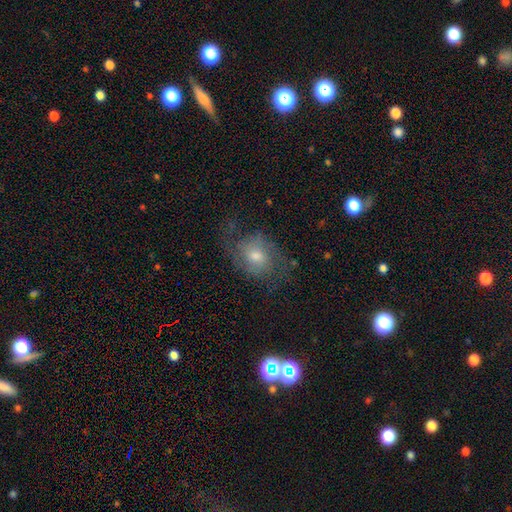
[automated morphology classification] smooth-or-featured: featured or disk: 64% | smooth: 25% | star or artifact: 11%
  disk-edge-on: no: 96% | yes: 4%
    bar: no: 62% | weak: 32% | strong: 6%
    has-spiral-arms: yes: 86% | no: 14%
      spiral-winding: medium: 46% | loose: 34% | tight: 20%
      spiral-arm-count: 2: 75% | can't tell: 13% | 1: 4% | 3: 3% | 4: 2% | more than 4: 2%
    bulge-size: moderate: 59% | small: 29% | large: 7% | none: 3% | dominant: 2%
  merging: none: 59% | minor disturbance: 21% | major disturbance: 19% | merger: 2%